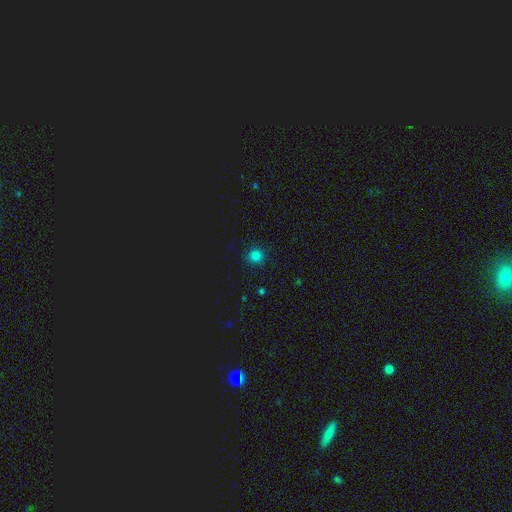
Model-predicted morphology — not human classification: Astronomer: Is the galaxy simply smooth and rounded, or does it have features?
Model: smooth — 81%.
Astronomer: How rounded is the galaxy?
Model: round — 94%.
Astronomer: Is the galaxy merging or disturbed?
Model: none — 91%.